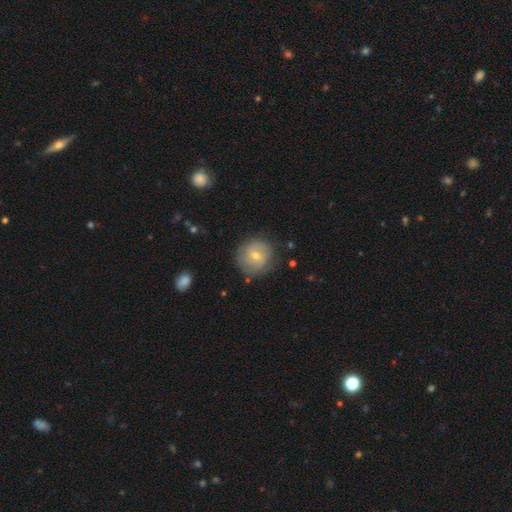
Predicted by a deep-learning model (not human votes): Q: Smooth or featured?
A: smooth (51%); runner-up: featured or disk (39%)
Q: How rounded?
A: round (90%); runner-up: in between (9%)
Q: Merging?
A: none (79%); runner-up: minor disturbance (15%)